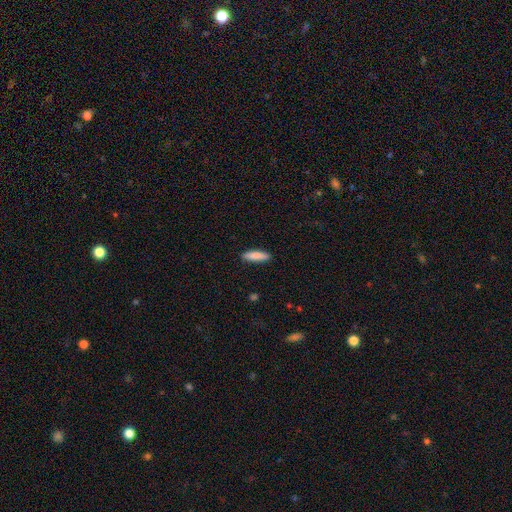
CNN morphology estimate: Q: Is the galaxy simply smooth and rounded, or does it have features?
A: smooth — 87%.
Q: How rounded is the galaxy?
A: cigar-shaped — 69%.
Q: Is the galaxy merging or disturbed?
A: none — 89%.